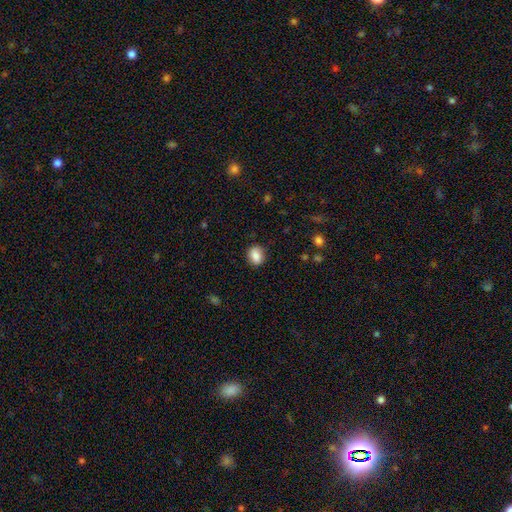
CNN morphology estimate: Smooth or featured? Predicted: smooth (p=0.85). How rounded? Predicted: in between (p=0.51). Merging? Predicted: none (p=0.83).